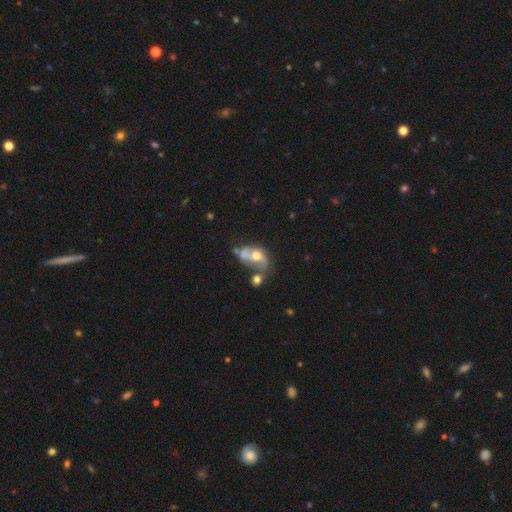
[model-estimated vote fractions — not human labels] smooth-or-featured: featured or disk: 57% | smooth: 33% | star or artifact: 10%
  disk-edge-on: no: 96% | yes: 4%
    bar: no: 75% | weak: 20% | strong: 5%
    has-spiral-arms: yes: 53% | no: 47%
    bulge-size: moderate: 57% | large: 22% | small: 13% | none: 6% | dominant: 2%
  merging: merger: 40% | major disturbance: 25% | none: 20% | minor disturbance: 15%